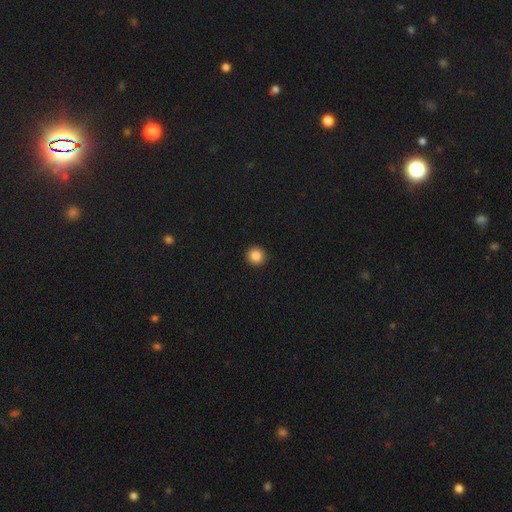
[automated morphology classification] A smooth galaxy with no disk features (86%) that is round (95%). Merging: none (93%).